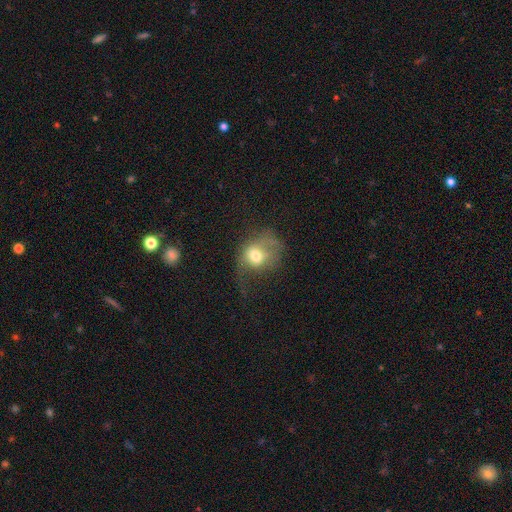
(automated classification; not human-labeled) Overall: smooth (59%; featured or disk 30%). How rounded: round (52%; in between 47%). Merging: major disturbance (52%; none 23%).